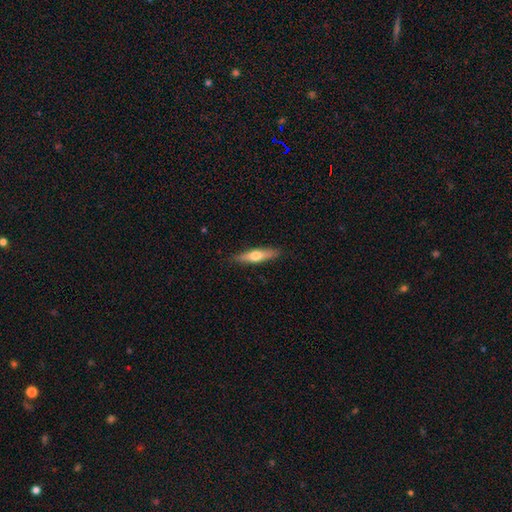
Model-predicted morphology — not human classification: A smooth galaxy with no disk features (49%).

Vote fractions:
- Smooth or featured? smooth: 49% / featured or disk: 46% / star or artifact: 5%
- Merging? none: 88% / minor disturbance: 9% / major disturbance: 2% / merger: 1%